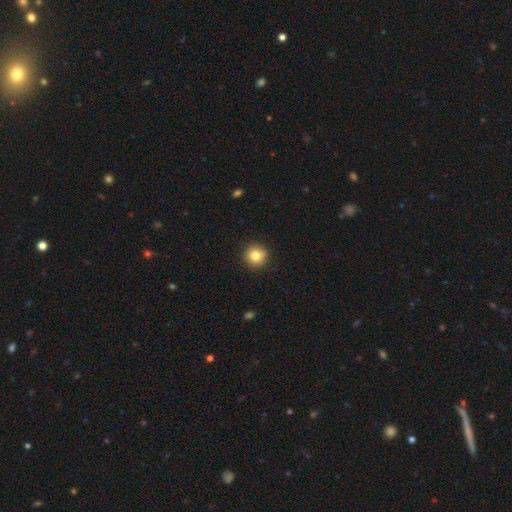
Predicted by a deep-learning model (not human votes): Smooth or featured? Predicted: smooth (p=0.83). How rounded? Predicted: round (p=0.94). Merging? Predicted: none (p=0.91).